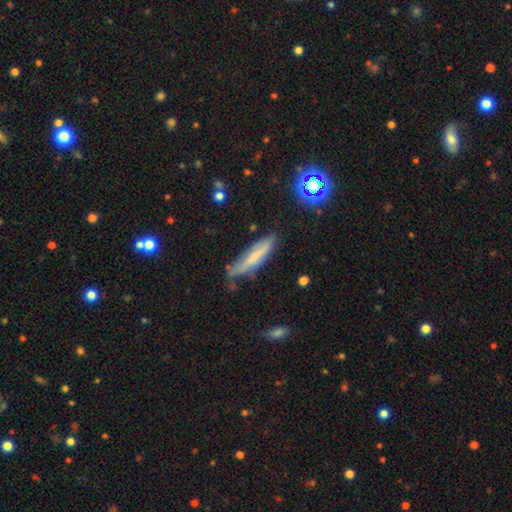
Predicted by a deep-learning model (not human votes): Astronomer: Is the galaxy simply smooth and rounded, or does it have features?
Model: smooth — 50% (runner-up: featured or disk, 41%).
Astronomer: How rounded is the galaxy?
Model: cigar-shaped — 78%.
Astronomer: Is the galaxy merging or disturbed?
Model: none — 59%.